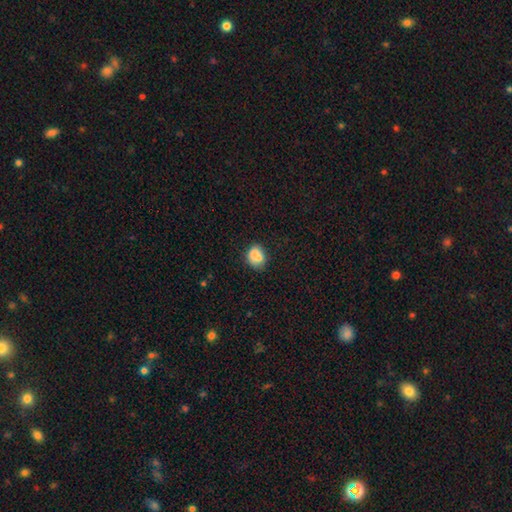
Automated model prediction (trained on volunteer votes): This appears to be a smooth galaxy with no disk features (78%) that is round (53%). Merging: none (50%).